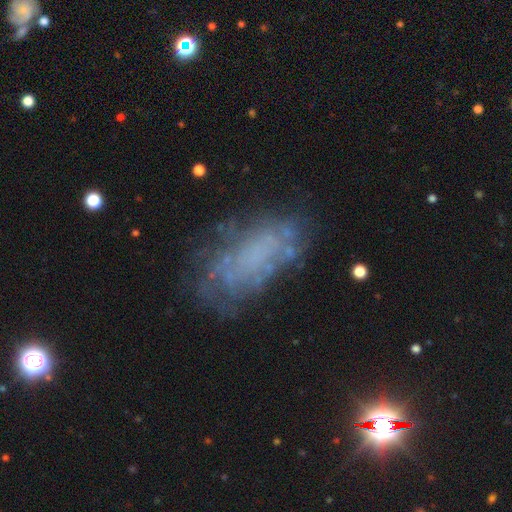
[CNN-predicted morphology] A featured or disk galaxy (52%).

Vote fractions:
- Smooth or featured? featured or disk: 52% / smooth: 32% / star or artifact: 16%
- Edge-on disk? no: 93% / yes: 7%
- Merging? none: 60% / minor disturbance: 22% / major disturbance: 15% / merger: 3%